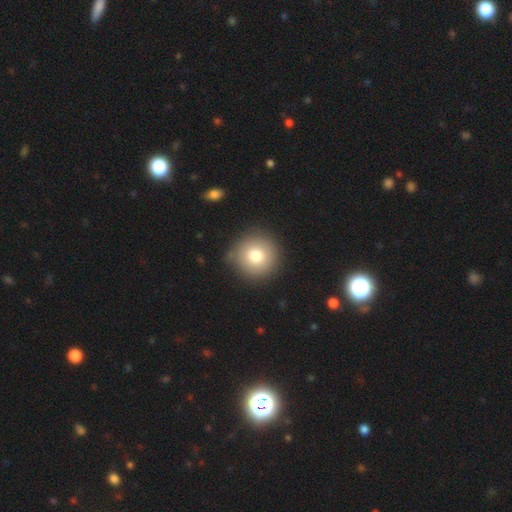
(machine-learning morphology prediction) Smooth or featured? Predicted: smooth (p=0.78). How rounded? Predicted: round (p=0.94). Merging? Predicted: none (p=0.83).